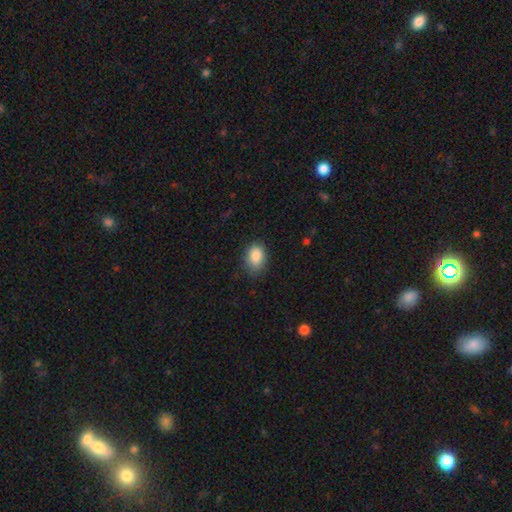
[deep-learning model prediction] smooth 87%, star or artifact 8%, featured or disk 5%. Down the decision tree: how rounded — in between (81%); merging — none (72%).